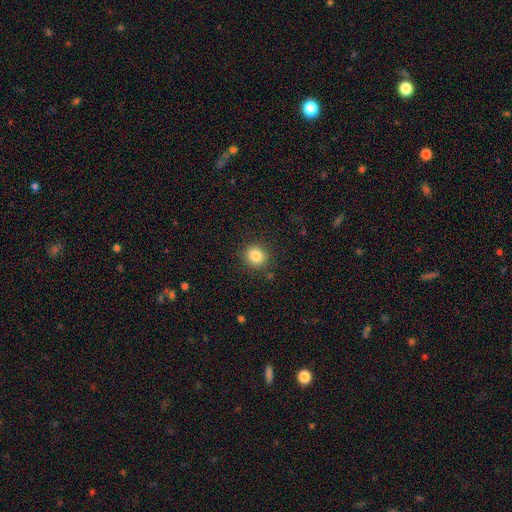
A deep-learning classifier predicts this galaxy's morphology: type=smooth (85%); roundness=round (83%); merging=none (88%).